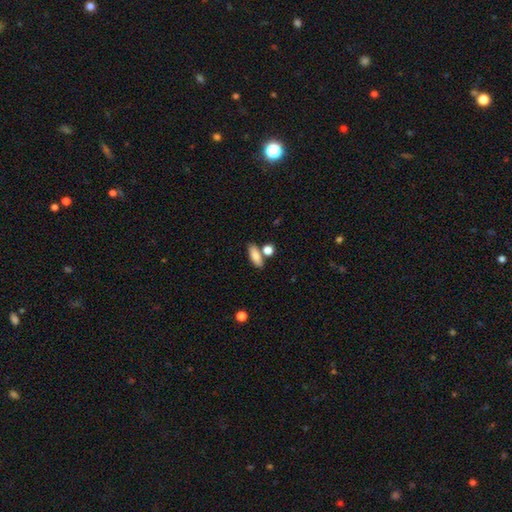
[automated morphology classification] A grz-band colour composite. It shows a smooth galaxy with no disk features (82%) that is in between round and cigar-shaped (71%). Merging: none (68%).